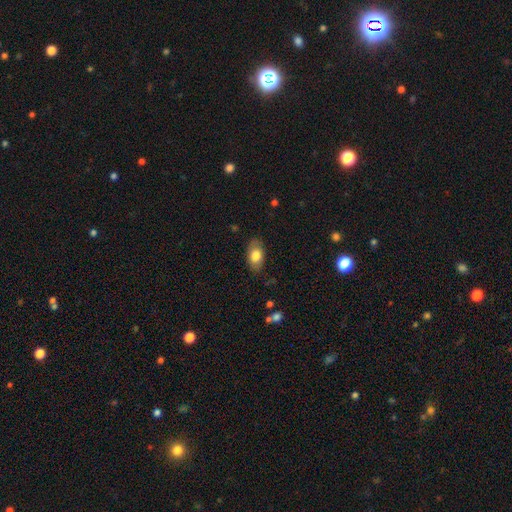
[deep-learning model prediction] smooth_or_featured: smooth (p=0.78) [alt: featured or disk p=0.15]
how_rounded: in between (p=0.91) [alt: round p=0.07]
merging: none (p=0.83) [alt: minor disturbance p=0.13]